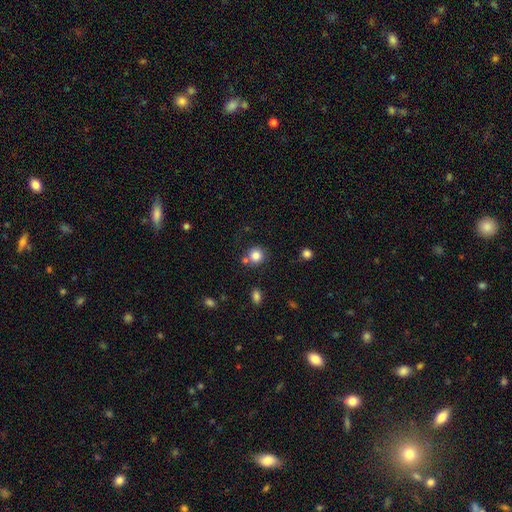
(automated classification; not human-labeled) This is clearly a smooth galaxy (83%). How rounded: clearly round (89%). Merging: likely none (70%).